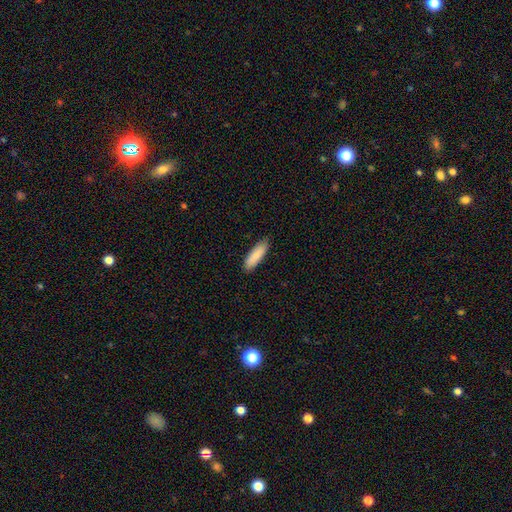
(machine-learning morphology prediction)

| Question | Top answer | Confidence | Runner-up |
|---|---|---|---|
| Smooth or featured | smooth | 87% | featured or disk (8%) |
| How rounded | cigar-shaped | 50% | in between (48%) |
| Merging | none | 86% | minor disturbance (11%) |